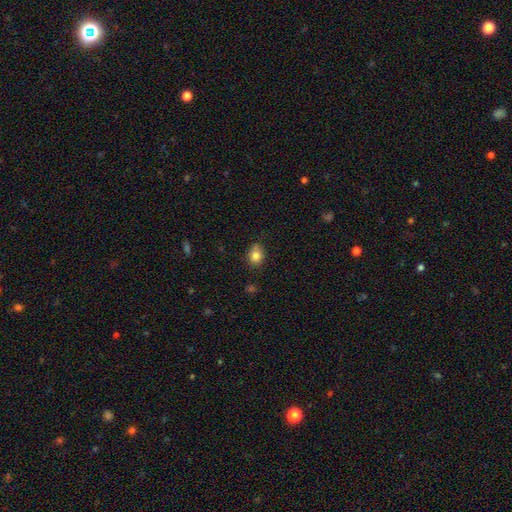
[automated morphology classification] This is clearly a smooth galaxy (82%). How rounded: likely round (62%). Merging: likely none (64%).